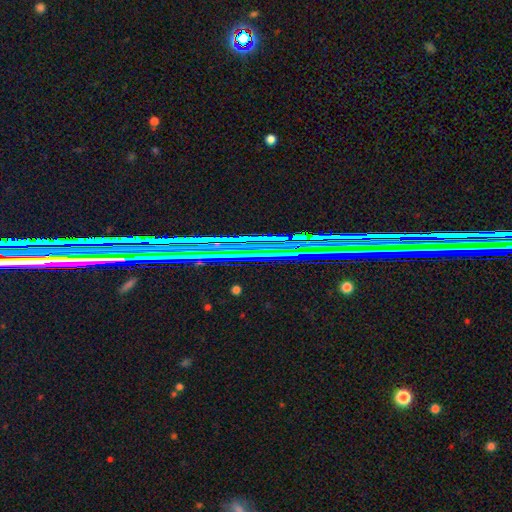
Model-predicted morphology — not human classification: Q: Smooth or featured?
A: star or artifact (71%); runner-up: featured or disk (18%)